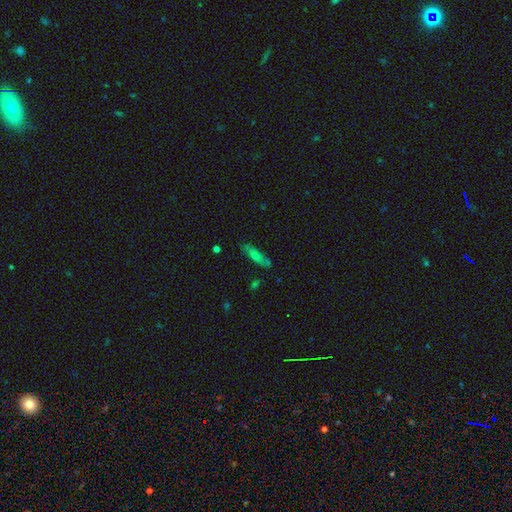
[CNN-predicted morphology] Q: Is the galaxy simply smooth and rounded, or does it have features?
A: smooth — 68%.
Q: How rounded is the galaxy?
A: cigar-shaped — 65%.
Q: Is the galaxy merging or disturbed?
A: none — 77%.